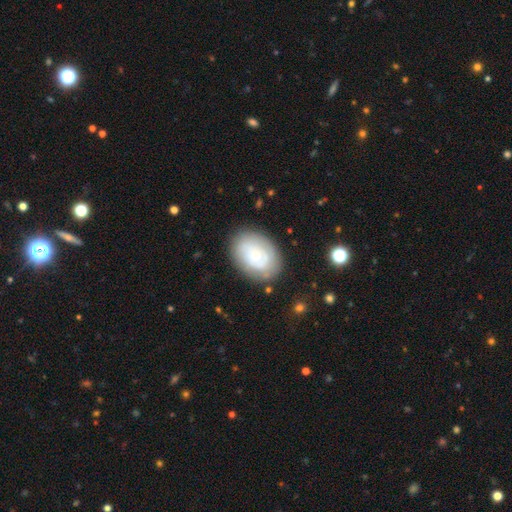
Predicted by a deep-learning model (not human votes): The model was most divided on "smooth or featured": smooth: 48%, featured or disk: 45%, star or artifact: 7%. More confident: merging — none (77%).